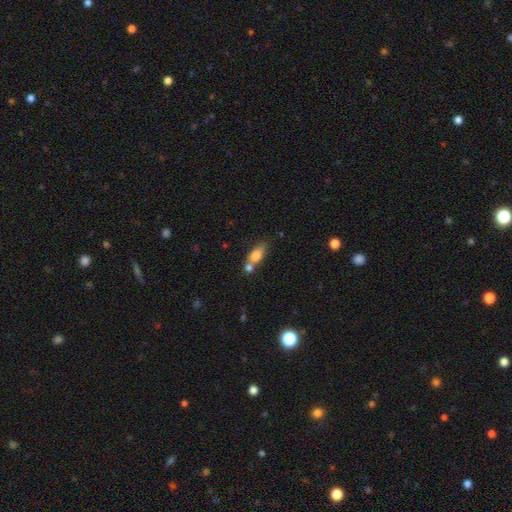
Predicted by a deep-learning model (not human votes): Smooth or featured: smooth — 78% (featured or disk — 13%)
How rounded: in between — 75% (cigar-shaped — 13%)
Merging: none — 41% (merger — 39%)